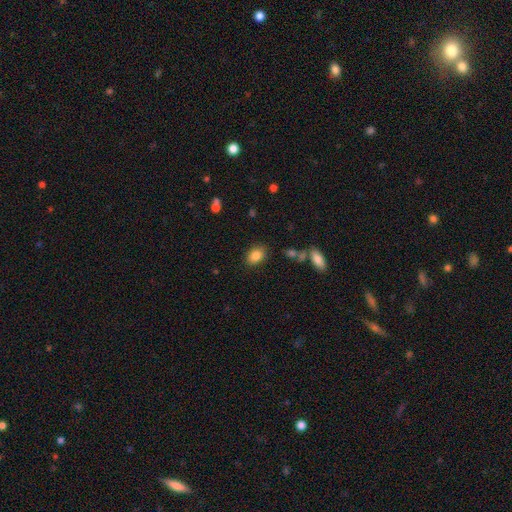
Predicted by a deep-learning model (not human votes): Smooth or featured? smooth (84%)
How rounded? in between (80%)
Merging? none (84%)